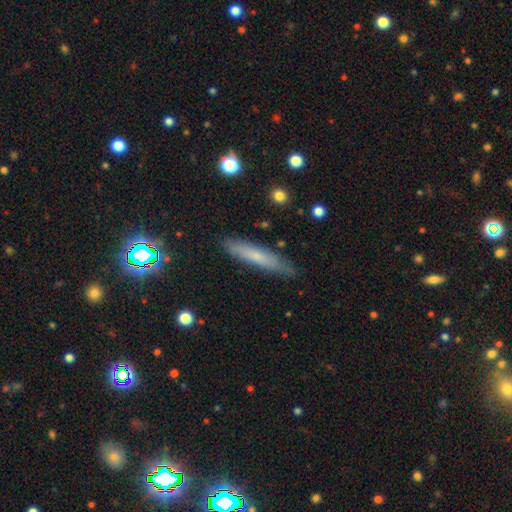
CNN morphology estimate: A smooth galaxy with no disk features (58%) that is cigar-shaped (87%). Merging: none (82%).